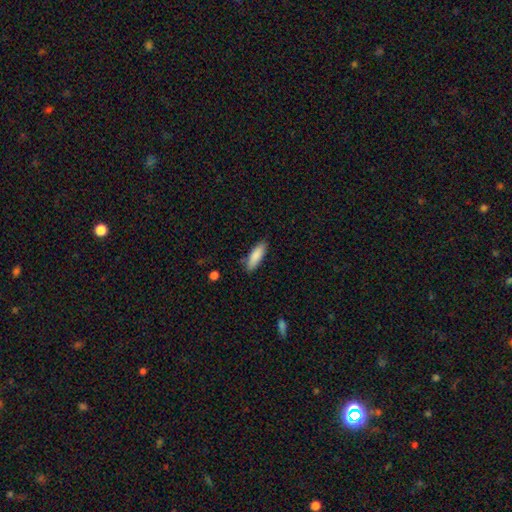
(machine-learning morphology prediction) smooth 86%, featured or disk 8%, star or artifact 6%. Down the decision tree: how rounded — in between (53%); merging — none (83%).